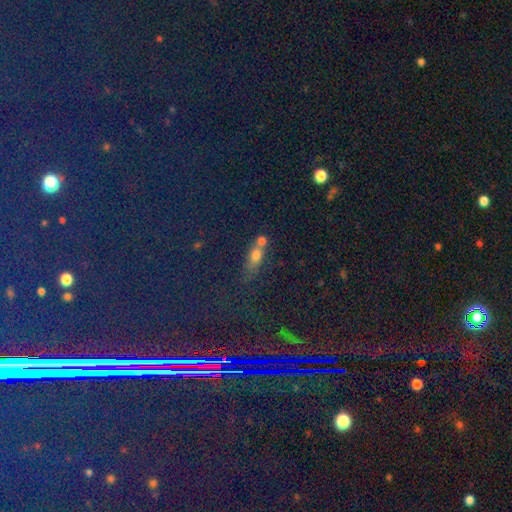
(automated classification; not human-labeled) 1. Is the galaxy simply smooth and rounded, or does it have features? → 69% smooth, 16% star or artifact, 15% featured or disk.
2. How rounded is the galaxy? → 58% in between, 26% round, 16% cigar-shaped.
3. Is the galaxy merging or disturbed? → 50% merger, 34% none, 11% minor disturbance, 6% major disturbance.